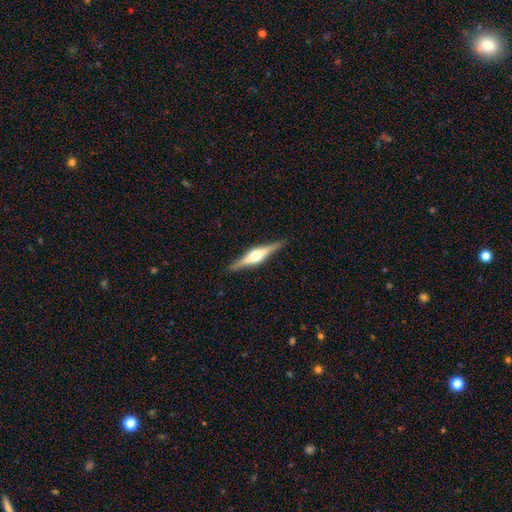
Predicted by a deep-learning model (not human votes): Smooth or featured? Predicted: featured or disk (p=0.77). Edge-on disk? Predicted: yes (p=0.98). Edge-on bulge? Predicted: rounded (p=0.91). Merging? Predicted: none (p=0.90).